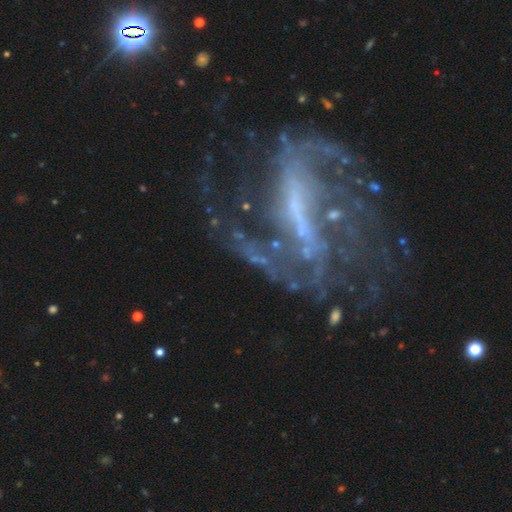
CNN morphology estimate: featured or disk 79%, star or artifact 13%, smooth 8%. Down the decision tree: edge-on disk — no (93%); bar — strong (51%); spiral arms — yes (77%); spiral arm count — 2 (41%); spiral winding — loose (46%); bulge size — small (42%); merging — none (46%).